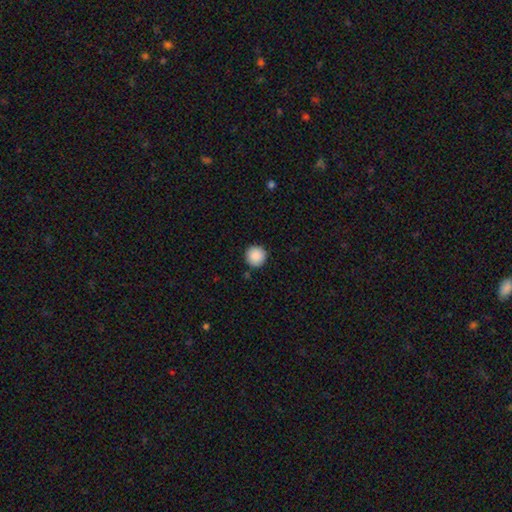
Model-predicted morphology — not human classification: smooth-or-featured: smooth: 89% | star or artifact: 8% | featured or disk: 3%
  how-rounded: round: 96% | in between: 3% | cigar-shaped: 1%
  merging: none: 91% | minor disturbance: 6% | major disturbance: 2% | merger: 2%